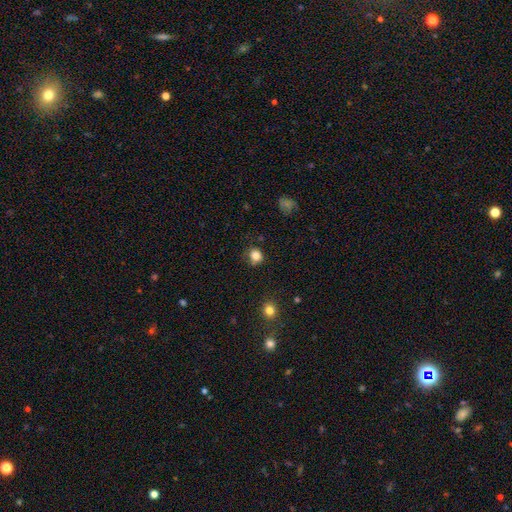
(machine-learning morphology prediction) Q: Smooth or featured?
A: smooth (83%); runner-up: star or artifact (12%)
Q: How rounded?
A: round (82%); runner-up: in between (17%)
Q: Merging?
A: none (74%); runner-up: minor disturbance (19%)